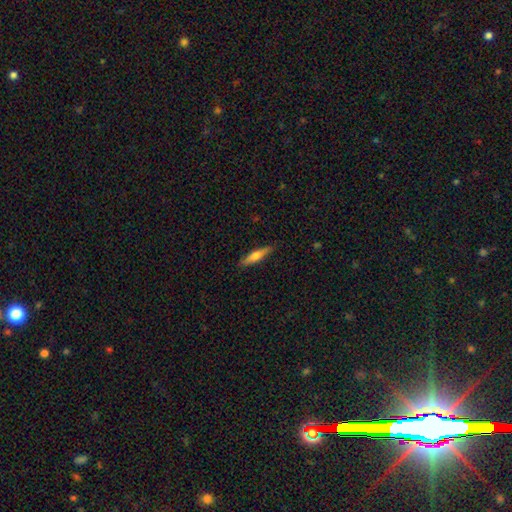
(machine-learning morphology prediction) This is possibly a smooth galaxy (54%). How rounded: clearly cigar-shaped (83%). Merging: clearly none (88%).